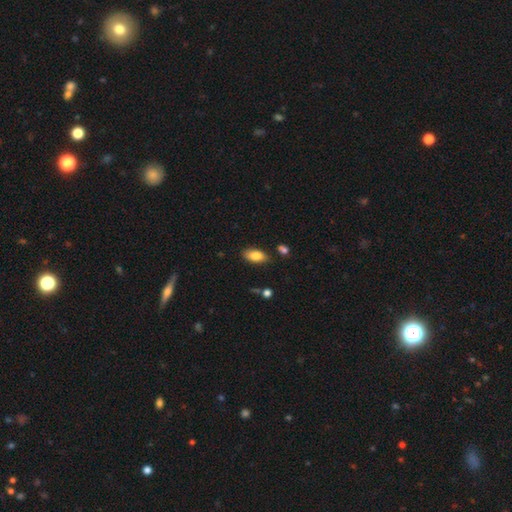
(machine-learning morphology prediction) Overall: smooth (84%). How rounded: in between (90%). Merging: none (82%).